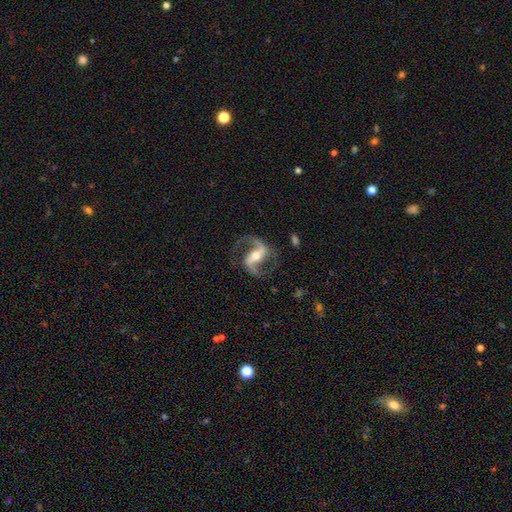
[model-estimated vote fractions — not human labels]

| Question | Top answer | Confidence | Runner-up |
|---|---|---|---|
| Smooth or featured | featured or disk | 92% | star or artifact (4%) |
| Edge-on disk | no | 97% | yes (3%) |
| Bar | strong | 55% | weak (30%) |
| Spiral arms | yes | 97% | no (3%) |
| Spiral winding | medium | 50% | loose (41%) |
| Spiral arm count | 2 | 93% | 1 (2%) |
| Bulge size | moderate | 65% | small (26%) |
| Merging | none | 79% | minor disturbance (12%) |